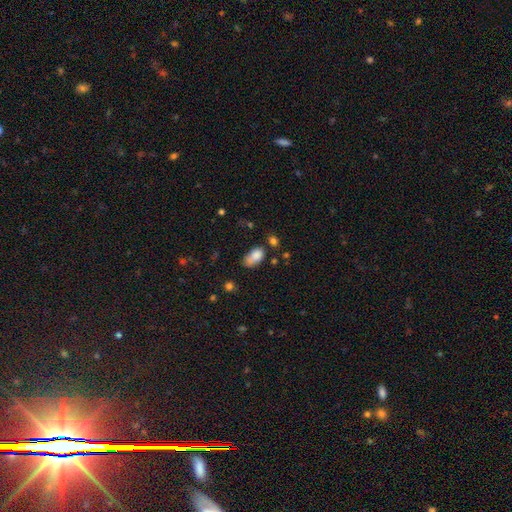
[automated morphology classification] Smooth or featured? Predicted: smooth (p=0.81). How rounded? Predicted: in between (p=0.90). Merging? Predicted: none (p=0.41).